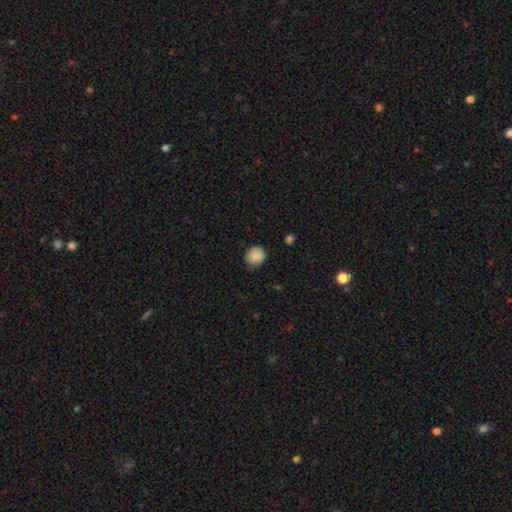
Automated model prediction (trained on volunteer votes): Smooth or featured: smooth — 88% (star or artifact — 8%)
How rounded: round — 82% (in between — 17%)
Merging: none — 84% (minor disturbance — 13%)